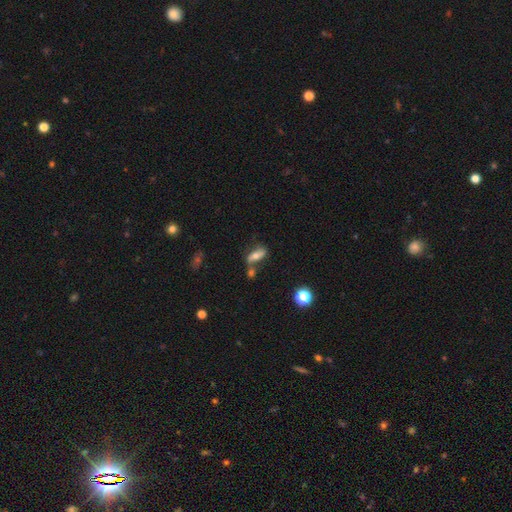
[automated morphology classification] Overall: smooth (55%; featured or disk 34%). How rounded: in between (70%). Merging: none (43%; merger 32%).